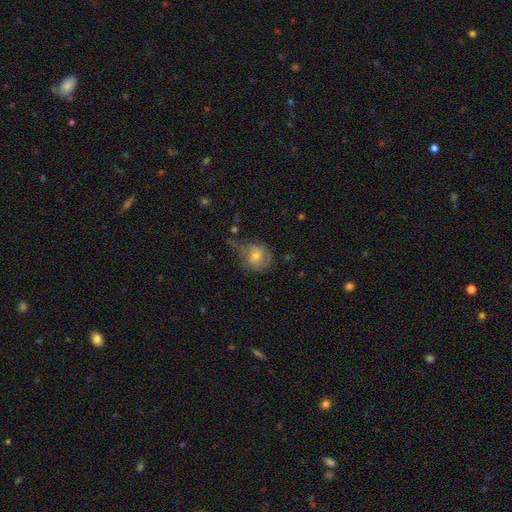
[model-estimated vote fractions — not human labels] Q: Smooth or featured?
A: smooth (54%); runner-up: featured or disk (37%)
Q: How rounded?
A: round (73%); runner-up: in between (26%)
Q: Merging?
A: none (36%); runner-up: major disturbance (30%)